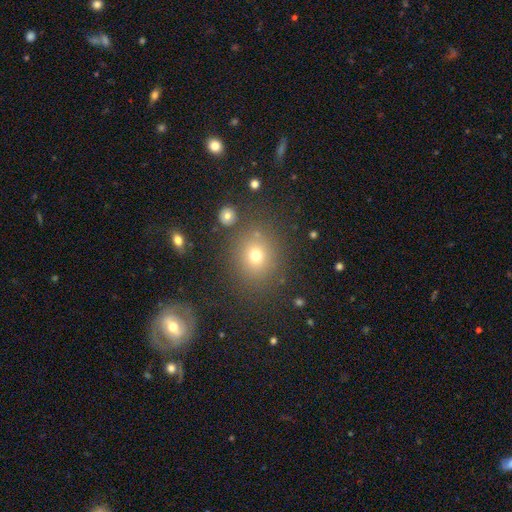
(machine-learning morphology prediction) Smooth or featured?
  - smooth: 72% *
  - star or artifact: 18%
  - featured or disk: 10%
How rounded?
  - round: 79% *
  - in between: 20%
  - cigar-shaped: 1%
Merging?
  - none: 82% *
  - minor disturbance: 9%
  - major disturbance: 4%
  - merger: 4%